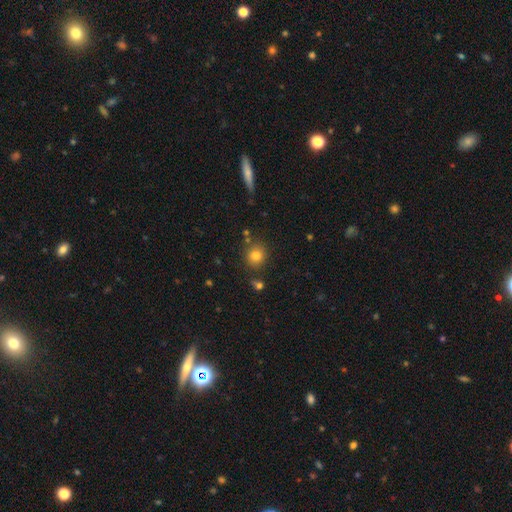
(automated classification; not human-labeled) Morphology: type=smooth (80%); roundness=round (86%); merging=none (81%).